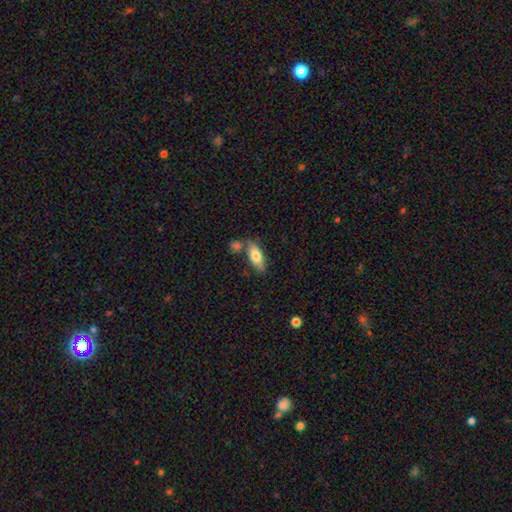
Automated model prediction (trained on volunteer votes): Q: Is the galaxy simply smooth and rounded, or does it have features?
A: smooth — 74%.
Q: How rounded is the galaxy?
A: in between — 74%.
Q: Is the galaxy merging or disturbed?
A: none — 63%.